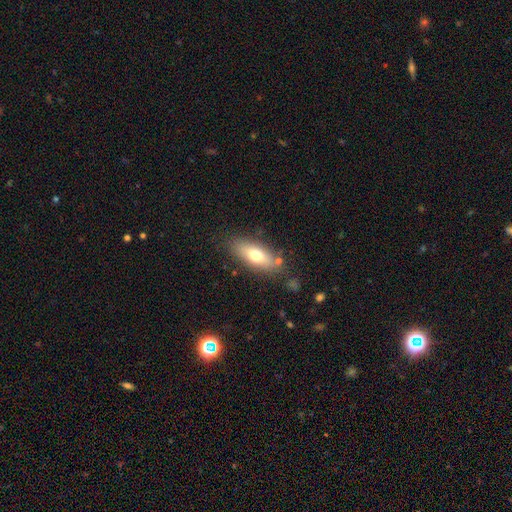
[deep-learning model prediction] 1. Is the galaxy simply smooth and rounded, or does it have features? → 70% smooth, 22% featured or disk, 7% star or artifact.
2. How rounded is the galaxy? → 72% in between, 25% cigar-shaped, 3% round.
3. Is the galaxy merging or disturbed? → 78% none, 14% minor disturbance, 5% merger, 4% major disturbance.